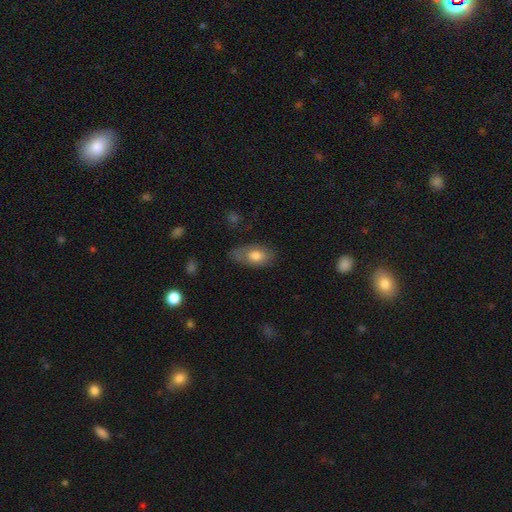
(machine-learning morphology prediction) Smooth or featured?
  - smooth: 74% *
  - featured or disk: 19%
  - star or artifact: 7%
How rounded?
  - in between: 90% *
  - round: 7%
  - cigar-shaped: 3%
Merging?
  - none: 60% *
  - minor disturbance: 27%
  - major disturbance: 10%
  - merger: 3%